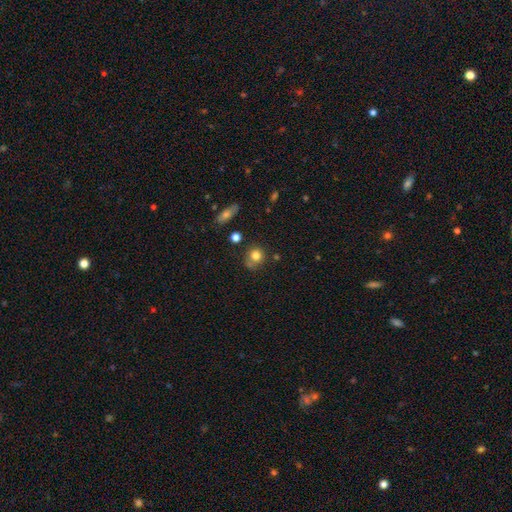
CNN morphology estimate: This is likely a smooth galaxy (79%). How rounded: clearly round (83%). Merging: likely none (63%).